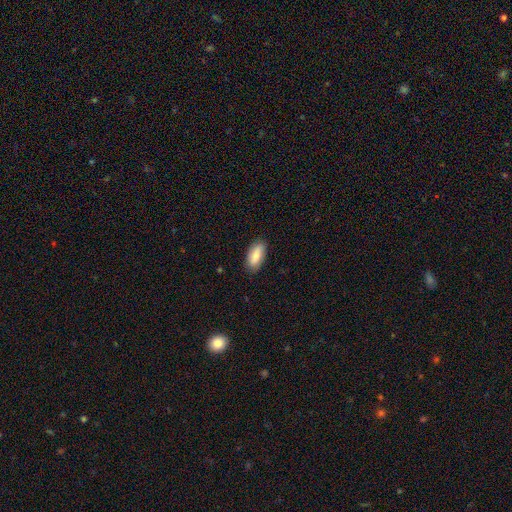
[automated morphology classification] Smooth or featured? Predicted: smooth (p=0.82). How rounded? Predicted: in between (p=0.89). Merging? Predicted: none (p=0.86).